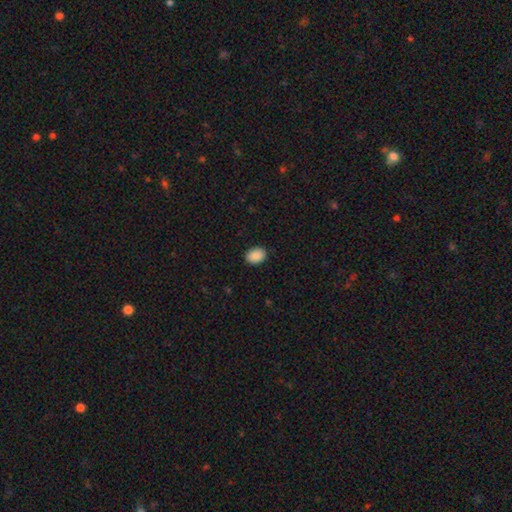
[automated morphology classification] smooth 90%, star or artifact 7%, featured or disk 3%. Down the decision tree: how rounded — in between (71%); merging — none (89%).